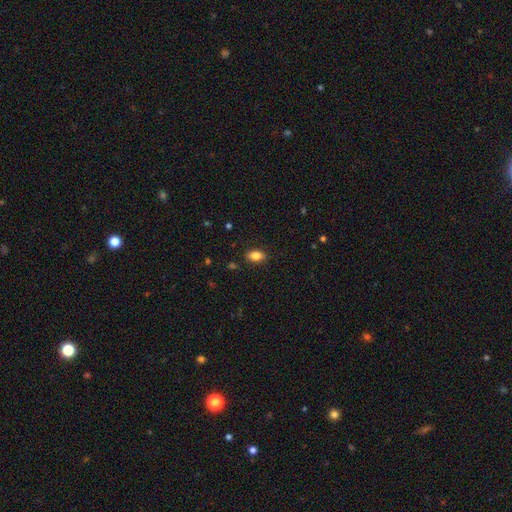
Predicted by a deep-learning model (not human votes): The model was most divided on "smooth or featured": smooth: 82%, featured or disk: 9%, star or artifact: 9%. More confident: how rounded — in between (88%); merging — none (87%).